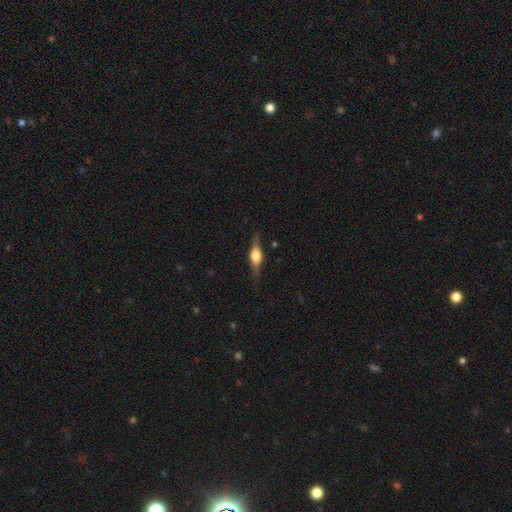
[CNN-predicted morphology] smooth_or_featured: featured or disk (p=0.61) [alt: smooth p=0.33]
disk_edge_on: yes (p=0.94) [alt: no p=0.06]
edge_on_bulge: rounded (p=0.87) [alt: boxy p=0.11]
merging: none (p=0.81) [alt: minor disturbance p=0.14]